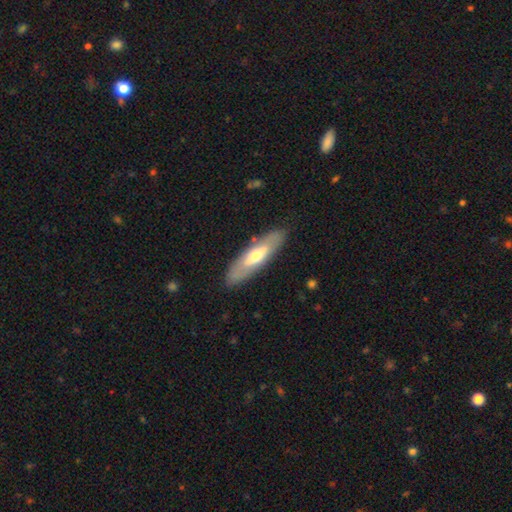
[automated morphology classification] The model was most divided on "smooth or featured": smooth: 48%, featured or disk: 47%, star or artifact: 5%. More confident: merging — none (86%).